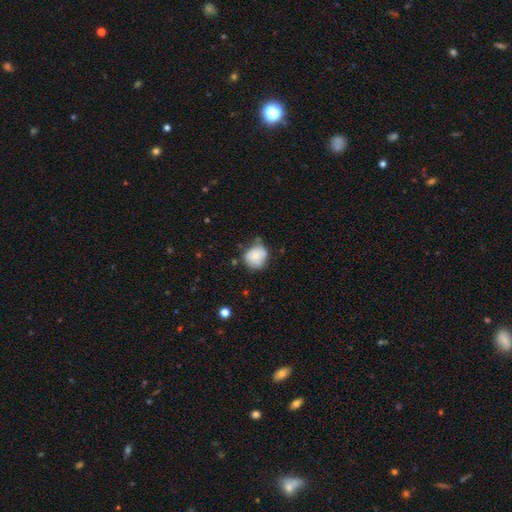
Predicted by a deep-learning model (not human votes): Smooth or featured? smooth (75%)
How rounded? round (76%)
Merging? none (57%)